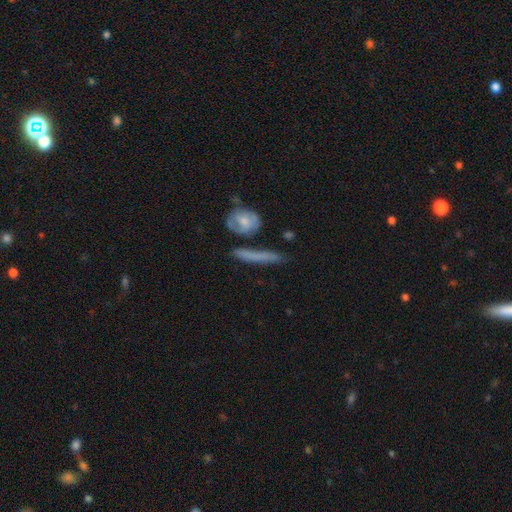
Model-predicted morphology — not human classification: A smooth galaxy with no disk features (49%).

Vote fractions:
- Smooth or featured? smooth: 49% / featured or disk: 40% / star or artifact: 10%
- Merging? none: 65% / minor disturbance: 16% / merger: 12% / major disturbance: 7%